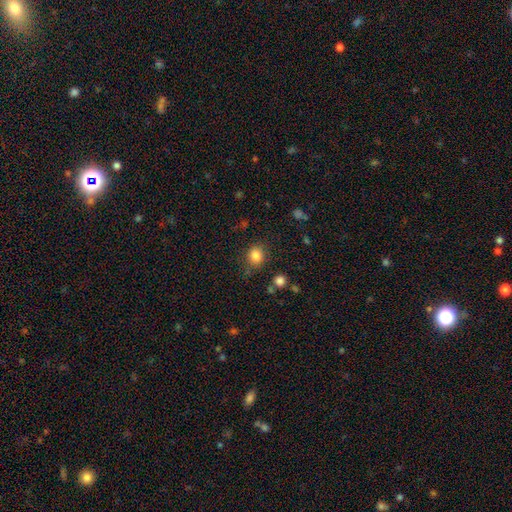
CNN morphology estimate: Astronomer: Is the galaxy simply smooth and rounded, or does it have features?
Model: smooth — 84%.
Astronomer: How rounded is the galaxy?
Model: round — 76%.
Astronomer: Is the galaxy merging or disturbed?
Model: none — 82%.